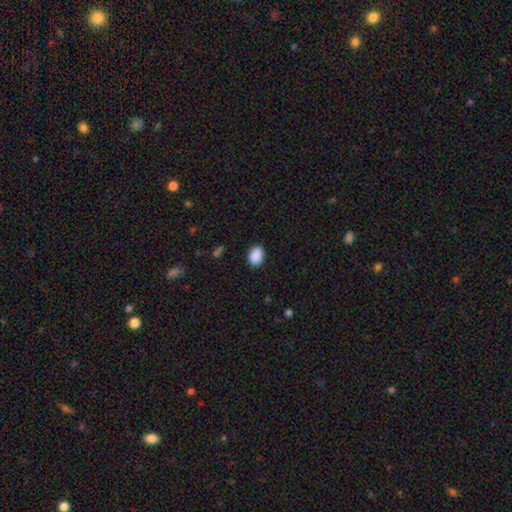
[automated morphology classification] Q: Smooth or featured?
A: smooth (90%); runner-up: star or artifact (8%)
Q: How rounded?
A: in between (70%); runner-up: round (29%)
Q: Merging?
A: none (88%); runner-up: minor disturbance (9%)